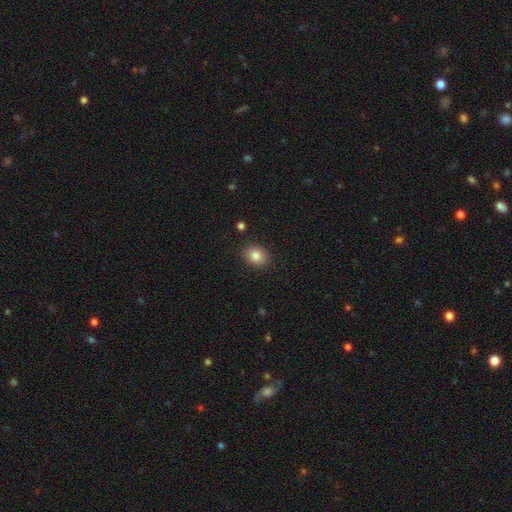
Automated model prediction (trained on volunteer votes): smooth_or_featured: smooth (p=0.83) [alt: star or artifact p=0.10]
how_rounded: round (p=0.60) [alt: in between p=0.39]
merging: none (p=0.89) [alt: minor disturbance p=0.08]